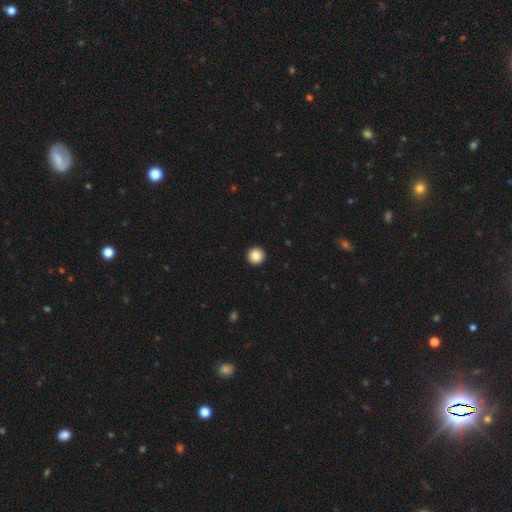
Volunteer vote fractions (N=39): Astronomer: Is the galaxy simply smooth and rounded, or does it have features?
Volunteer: smooth — 87%.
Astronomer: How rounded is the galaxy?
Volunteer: round — 97%.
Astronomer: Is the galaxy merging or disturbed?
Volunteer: none — 83%.